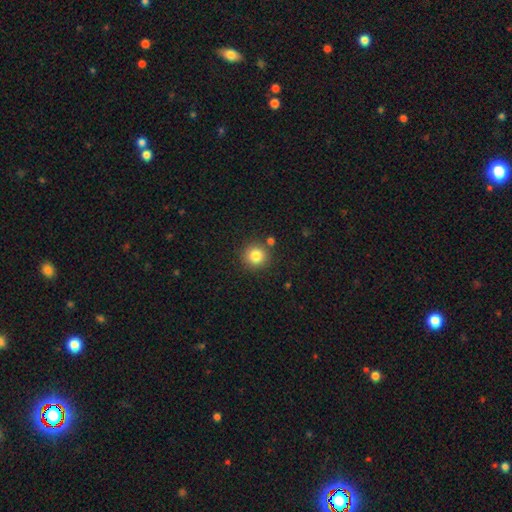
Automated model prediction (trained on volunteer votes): A smooth galaxy with no disk features (83%) that is round (93%).

Vote fractions:
- Smooth or featured? smooth: 83% / star or artifact: 11% / featured or disk: 6%
- How rounded? round: 93% / in between: 6% / cigar-shaped: 1%
- Merging? none: 85% / minor disturbance: 7% / merger: 6% / major disturbance: 2%